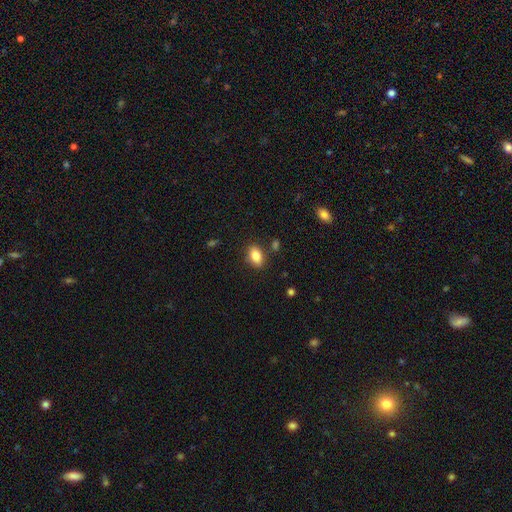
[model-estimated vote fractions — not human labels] A smooth galaxy with no disk features (85%) that is in between round and cigar-shaped (88%). Merging: none (83%).